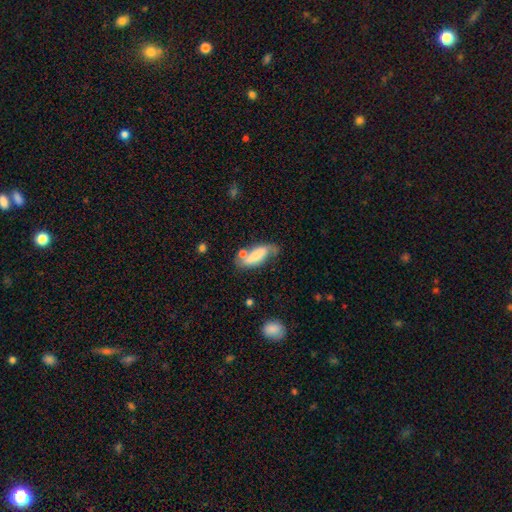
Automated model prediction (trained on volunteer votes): Morphology: type=smooth (61%); roundness=in between (67%); merging=none (42%).